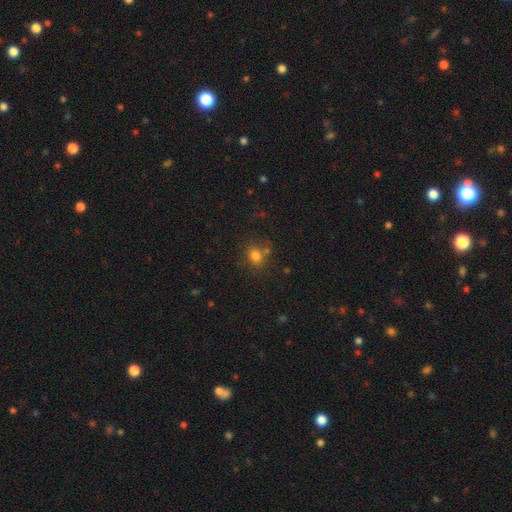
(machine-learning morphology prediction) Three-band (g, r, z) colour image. It shows a smooth galaxy with no disk features (77%) that is round (60%). Merging: none (65%).